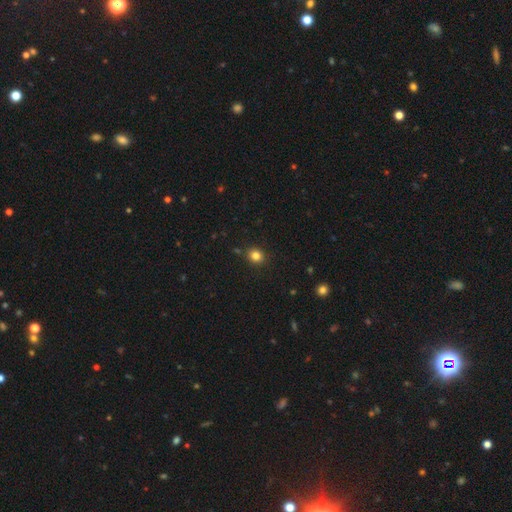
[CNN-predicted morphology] Smooth or featured? smooth (82%)
How rounded? round (78%)
Merging? none (87%)